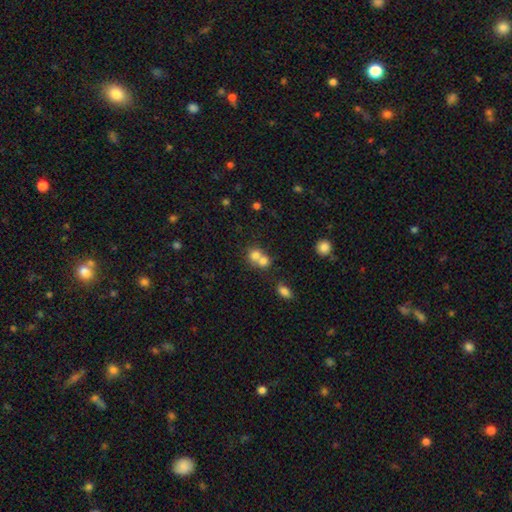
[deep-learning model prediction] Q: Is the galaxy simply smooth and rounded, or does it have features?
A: smooth — 74%.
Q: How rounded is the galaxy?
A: round — 75%.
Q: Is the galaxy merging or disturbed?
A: merger — 63%.